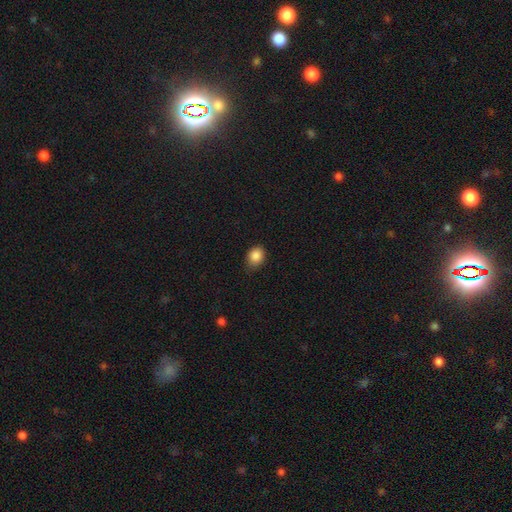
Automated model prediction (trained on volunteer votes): smooth 87%, star or artifact 10%, featured or disk 4%. Down the decision tree: how rounded — round (56%); merging — none (77%).